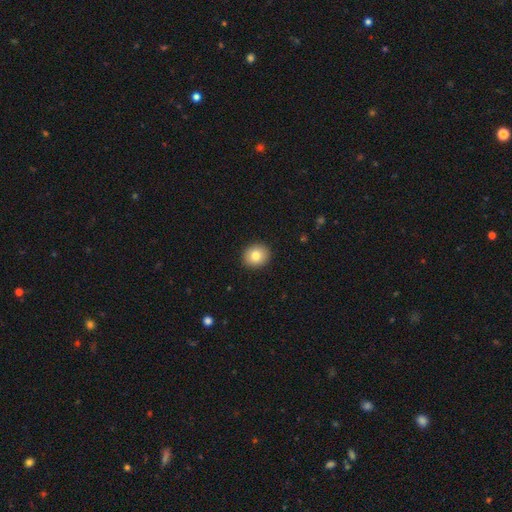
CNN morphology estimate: A smooth galaxy with no disk features (80%) that is round (78%).

Vote fractions:
- Smooth or featured? smooth: 80% / featured or disk: 11% / star or artifact: 9%
- How rounded? round: 78% / in between: 21% / cigar-shaped: 1%
- Merging? none: 91% / minor disturbance: 6% / major disturbance: 2% / merger: 1%